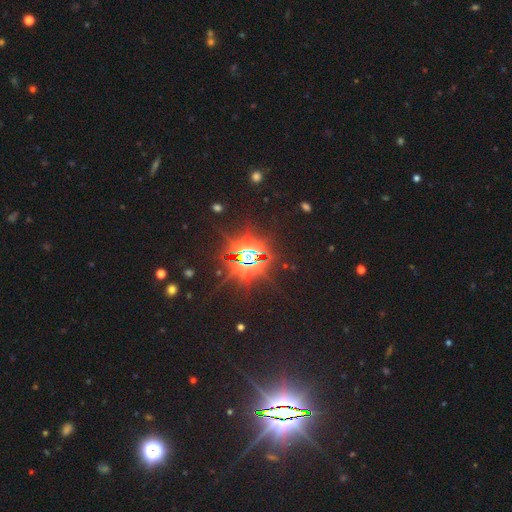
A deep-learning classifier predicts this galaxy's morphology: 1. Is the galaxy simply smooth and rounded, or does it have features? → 85% star or artifact, 8% featured or disk, 7% smooth.